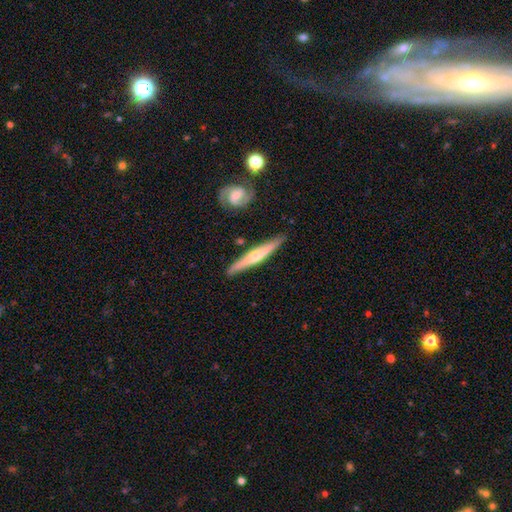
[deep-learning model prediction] featured or disk 66%, smooth 29%, star or artifact 6%. Down the decision tree: edge-on disk — yes (94%); edge-on bulge — rounded (79%); merging — none (87%).